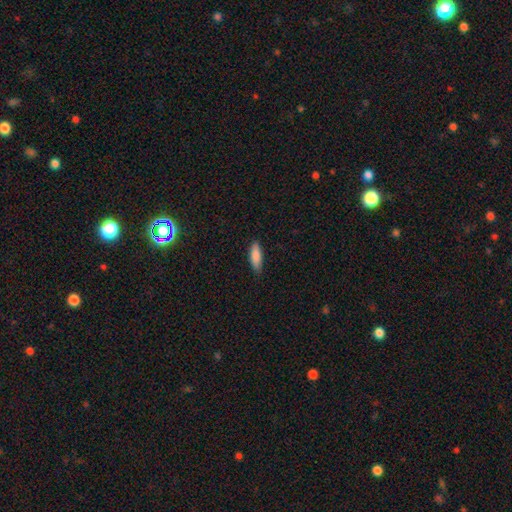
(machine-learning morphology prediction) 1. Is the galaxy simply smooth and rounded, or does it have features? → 86% smooth, 7% featured or disk, 6% star or artifact.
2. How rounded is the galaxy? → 52% in between, 47% cigar-shaped, 2% round.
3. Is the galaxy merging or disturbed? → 82% none, 14% minor disturbance, 2% major disturbance, 1% merger.